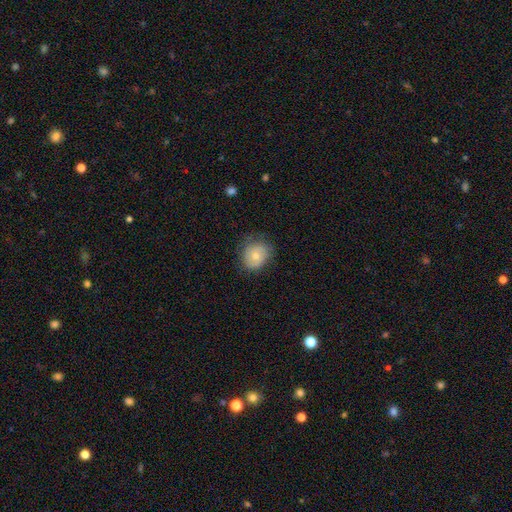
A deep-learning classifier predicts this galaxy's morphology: The model was most divided on "how rounded": round: 68%, in between: 32%, cigar-shaped: 1%. More confident: smooth or featured — smooth (72%); merging — none (68%).